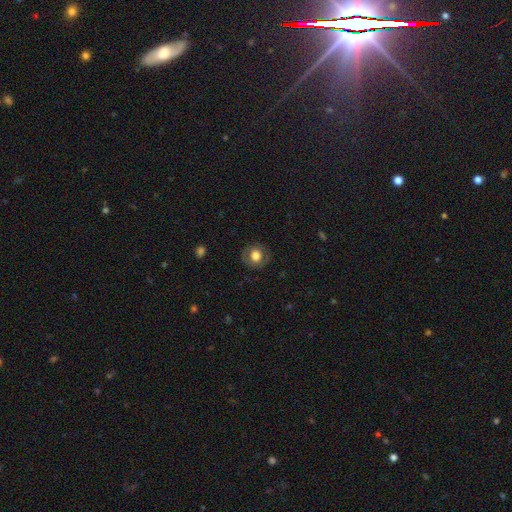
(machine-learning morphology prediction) type=smooth (69%); roundness=round (85%); merging=none (84%).